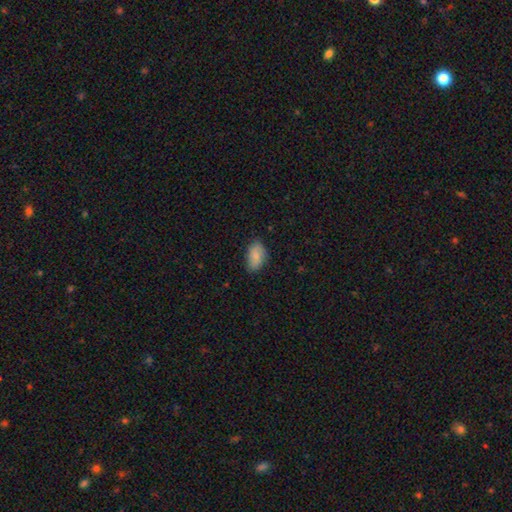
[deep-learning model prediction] Smooth or featured?
  - smooth: 82% *
  - featured or disk: 12%
  - star or artifact: 7%
How rounded?
  - in between: 92% *
  - round: 6%
  - cigar-shaped: 2%
Merging?
  - none: 77% *
  - minor disturbance: 19%
  - major disturbance: 3%
  - merger: 1%